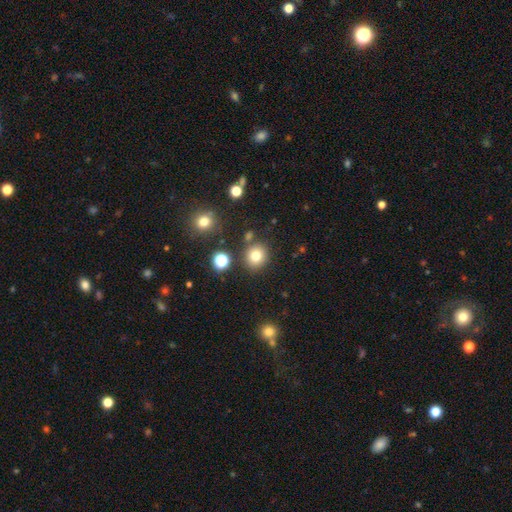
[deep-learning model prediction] smooth-or-featured: smooth: 78% | star or artifact: 14% | featured or disk: 7%
  how-rounded: round: 87% | in between: 12% | cigar-shaped: 1%
  merging: none: 82% | minor disturbance: 8% | merger: 6% | major disturbance: 3%